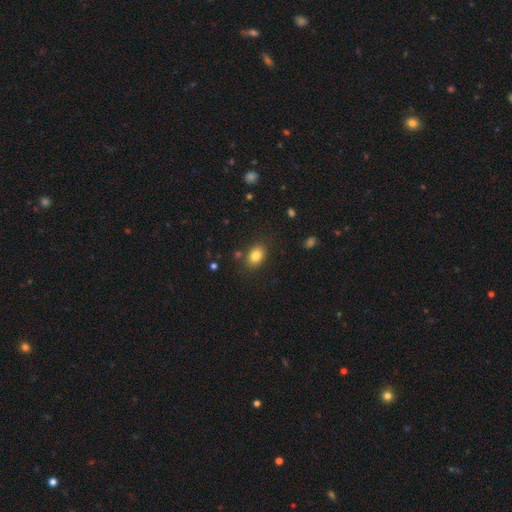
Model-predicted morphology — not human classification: A smooth galaxy with no disk features (82%) that is in between round and cigar-shaped (73%). Merging: none (82%).